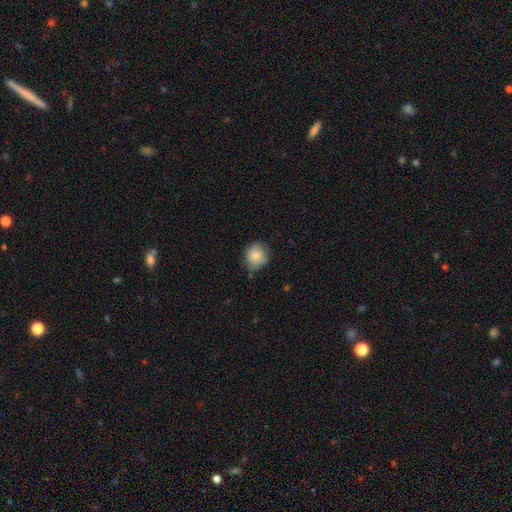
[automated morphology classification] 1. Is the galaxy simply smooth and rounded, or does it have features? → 83% smooth, 10% featured or disk, 8% star or artifact.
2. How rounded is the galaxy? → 82% round, 17% in between, 1% cigar-shaped.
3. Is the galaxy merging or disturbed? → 64% none, 28% minor disturbance, 5% major disturbance, 2% merger.